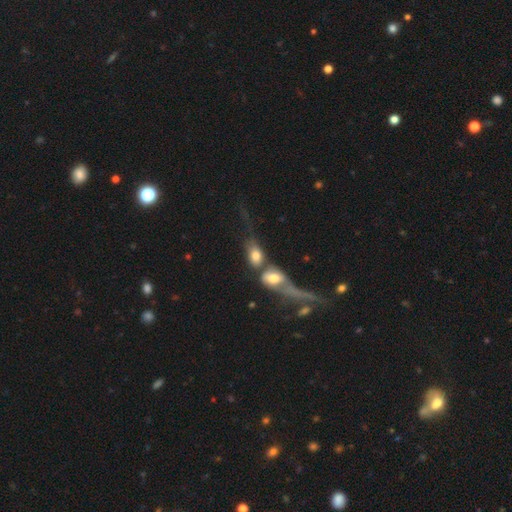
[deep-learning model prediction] Smooth or featured: smooth — 66% (featured or disk — 25%)
How rounded: in between — 84% (round — 11%)
Merging: merger — 61% (major disturbance — 17%)